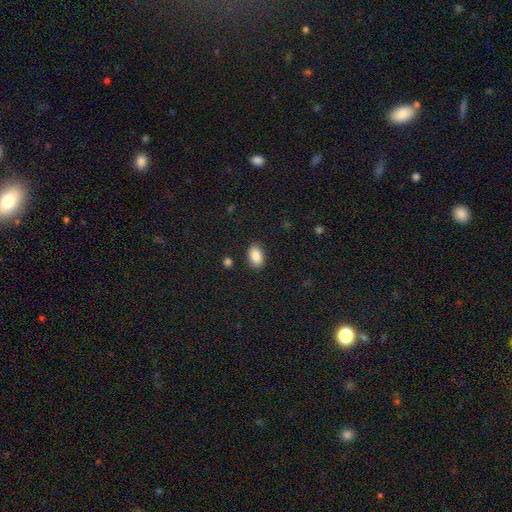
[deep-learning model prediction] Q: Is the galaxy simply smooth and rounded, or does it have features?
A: smooth — 88%.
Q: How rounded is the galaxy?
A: in between — 89%.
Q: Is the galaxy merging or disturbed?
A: none — 87%.